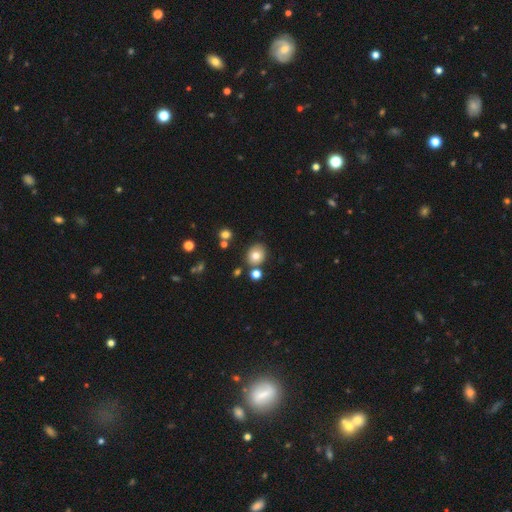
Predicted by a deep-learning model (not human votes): A smooth galaxy with no disk features (76%) that is round (66%). Merging: none (78%).